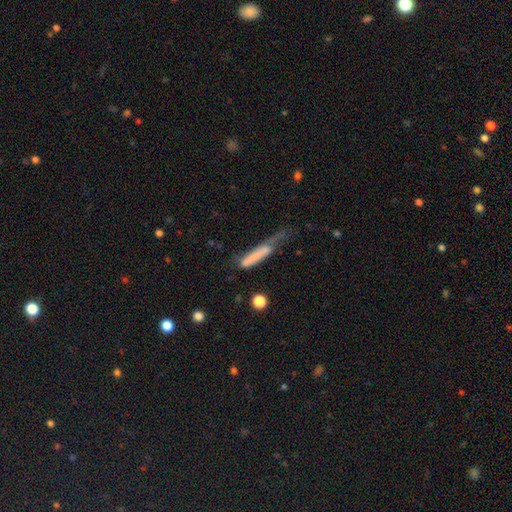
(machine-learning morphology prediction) type=smooth (66%); roundness=cigar-shaped (87%); merging=major disturbance (32%).